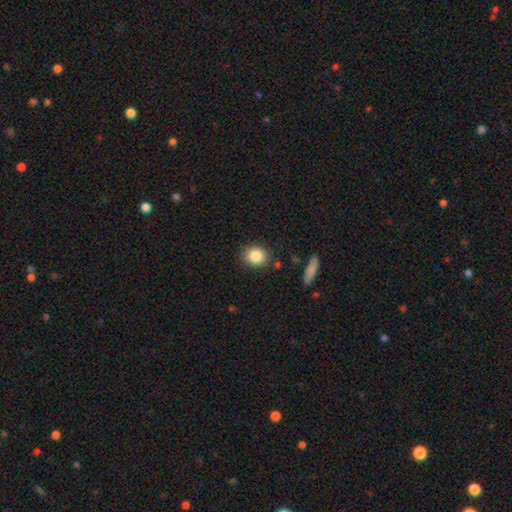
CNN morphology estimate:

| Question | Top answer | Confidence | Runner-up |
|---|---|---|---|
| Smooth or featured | smooth | 85% | star or artifact (9%) |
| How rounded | round | 73% | in between (26%) |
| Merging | none | 85% | minor disturbance (10%) |